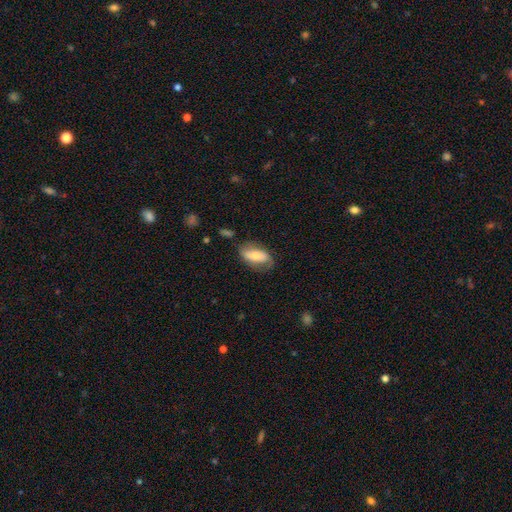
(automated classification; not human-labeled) Q: Smooth or featured?
A: smooth (58%); runner-up: featured or disk (35%)
Q: How rounded?
A: in between (88%); runner-up: cigar-shaped (8%)
Q: Merging?
A: none (65%); runner-up: minor disturbance (24%)